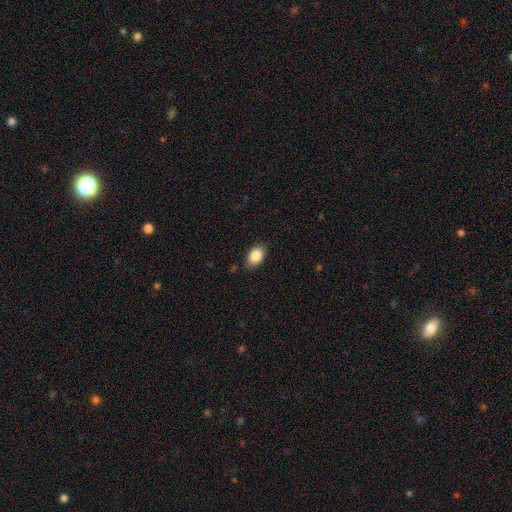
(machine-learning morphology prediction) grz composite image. It shows a smooth galaxy with no disk features (87%) that is in between round and cigar-shaped (87%). Merging: none (82%).